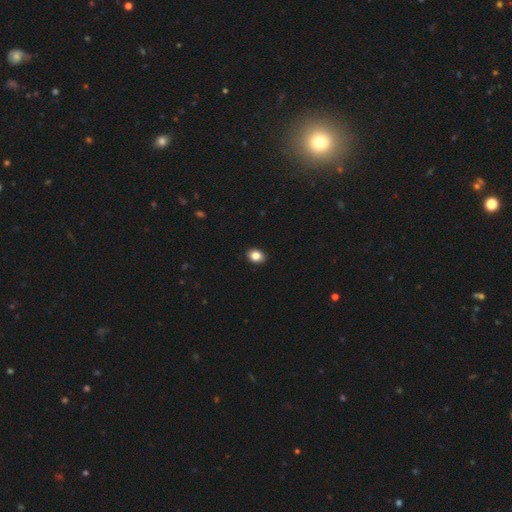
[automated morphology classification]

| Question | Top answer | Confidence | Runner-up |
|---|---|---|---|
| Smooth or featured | smooth | 86% | star or artifact (9%) |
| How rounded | in between | 63% | round (36%) |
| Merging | none | 91% | minor disturbance (7%) |